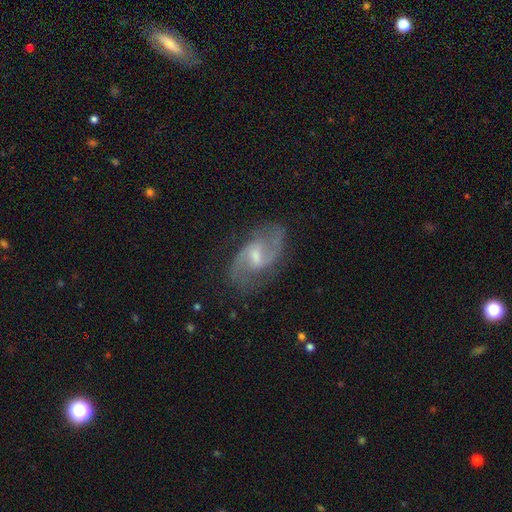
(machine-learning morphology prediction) featured or disk 89%, smooth 6%, star or artifact 5%. Down the decision tree: edge-on disk — no (97%); bar — weak (63%); spiral arms — yes (97%); spiral arm count — 2 (92%); spiral winding — medium (57%); bulge size — small (50%); merging — none (79%).